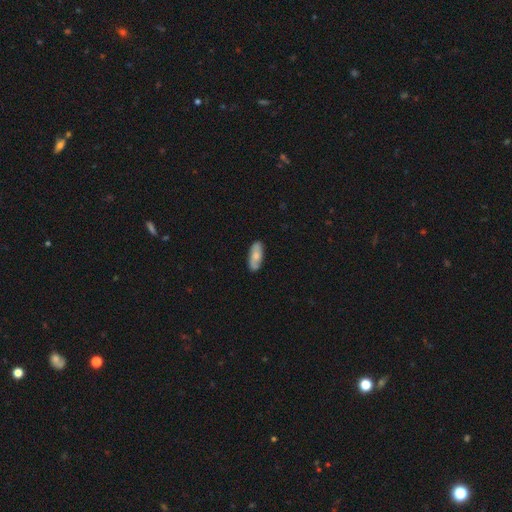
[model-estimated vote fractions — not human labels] This is likely a smooth galaxy (68%). How rounded: likely in between (75%). Merging: clearly none (83%).